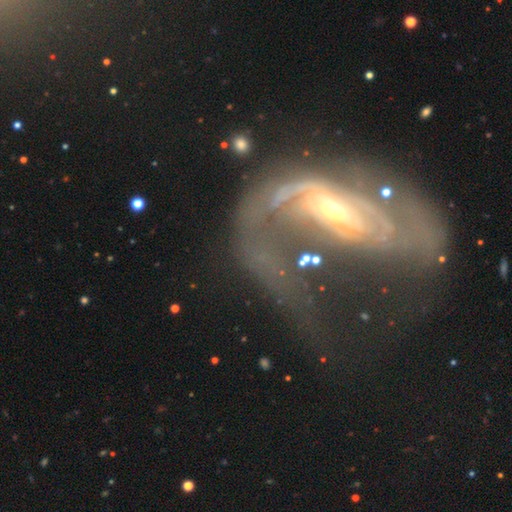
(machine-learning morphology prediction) Overall: featured or disk (80%). Edge-on disk: no (95%). Bar: no (43%; weak 36%). Spiral arms: yes (78%). Spiral arm count: 2 (49%; 1 23%). Spiral winding: loose (46%; medium 35%). Bulge size: small (61%; moderate 33%). Merging: major disturbance (55%; none 22%).